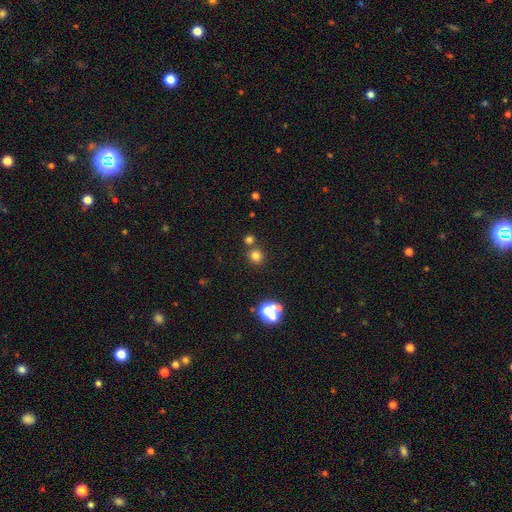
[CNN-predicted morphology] Smooth or featured: smooth — 74% (star or artifact — 20%)
How rounded: round — 91% (in between — 8%)
Merging: none — 71% (merger — 19%)